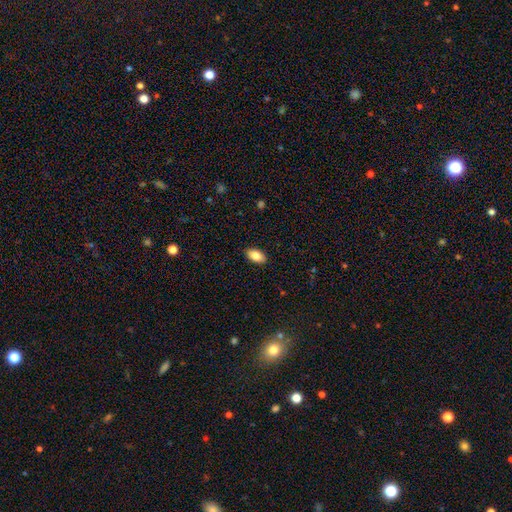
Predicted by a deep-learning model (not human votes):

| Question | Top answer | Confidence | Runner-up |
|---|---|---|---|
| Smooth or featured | smooth | 85% | star or artifact (7%) |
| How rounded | in between | 93% | round (4%) |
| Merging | none | 89% | minor disturbance (8%) |